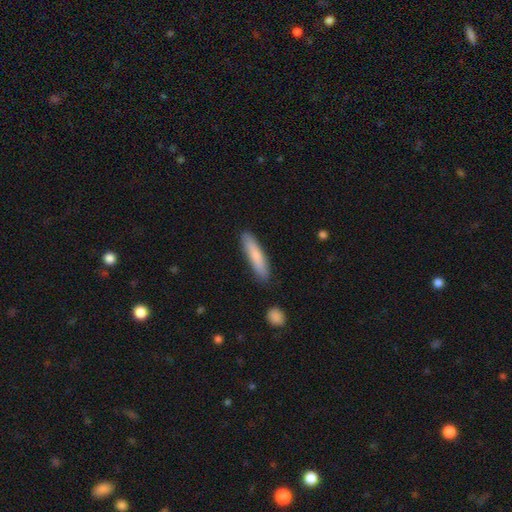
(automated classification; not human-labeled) This is likely a smooth galaxy (79%). How rounded: clearly cigar-shaped (85%). Merging: clearly none (87%).